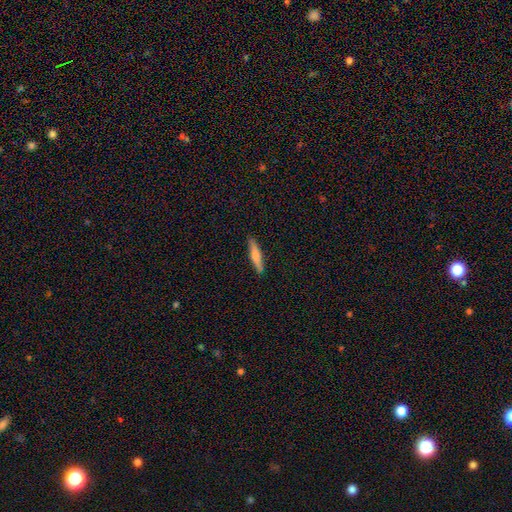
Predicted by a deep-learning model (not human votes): smooth_or_featured: smooth (p=0.66) [alt: featured or disk p=0.28]
how_rounded: cigar-shaped (p=0.88) [alt: in between p=0.11]
merging: none (p=0.87) [alt: minor disturbance p=0.10]